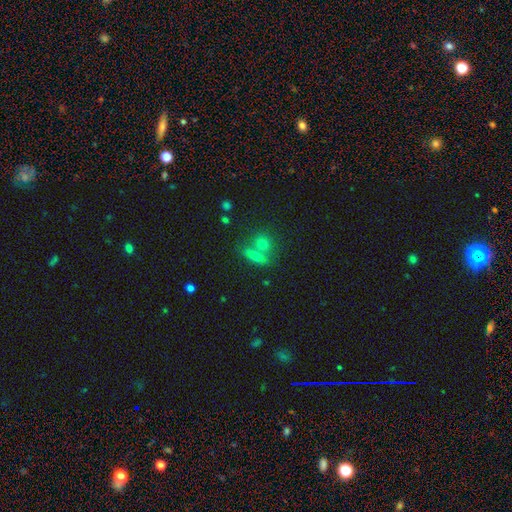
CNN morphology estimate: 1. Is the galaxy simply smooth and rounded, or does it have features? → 58% smooth, 23% featured or disk, 19% star or artifact.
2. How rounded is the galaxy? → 51% in between, 26% round, 23% cigar-shaped.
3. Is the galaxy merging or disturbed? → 49% none, 40% merger, 8% minor disturbance, 4% major disturbance.